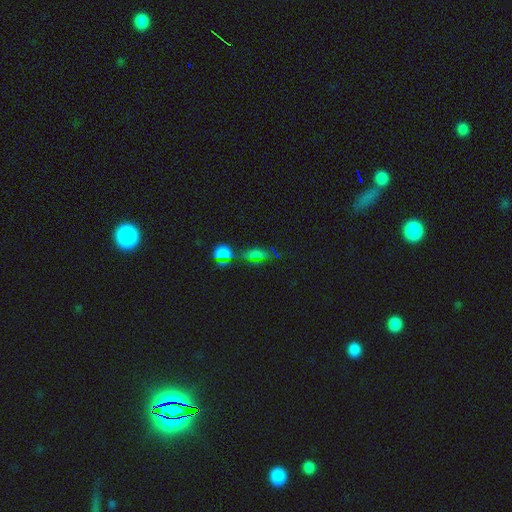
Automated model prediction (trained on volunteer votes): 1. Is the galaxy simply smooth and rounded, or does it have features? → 45% smooth, 42% star or artifact, 14% featured or disk.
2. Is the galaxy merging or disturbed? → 56% none, 18% merger, 16% minor disturbance, 10% major disturbance.